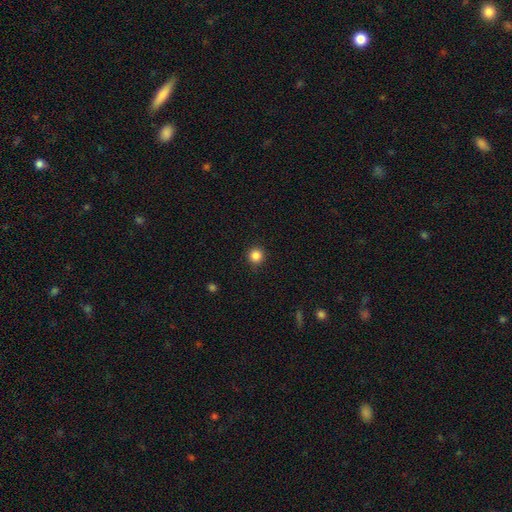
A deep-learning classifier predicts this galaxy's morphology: This is clearly a smooth galaxy (85%). How rounded: clearly round (95%). Merging: clearly none (90%).